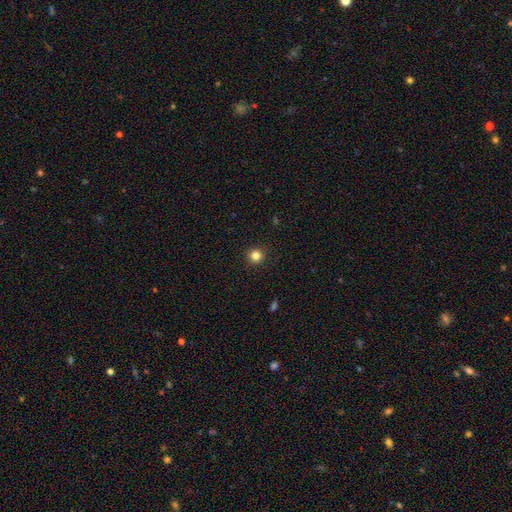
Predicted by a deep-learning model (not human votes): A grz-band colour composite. It shows a smooth galaxy with no disk features (83%) that is round (94%). Merging: none (93%).